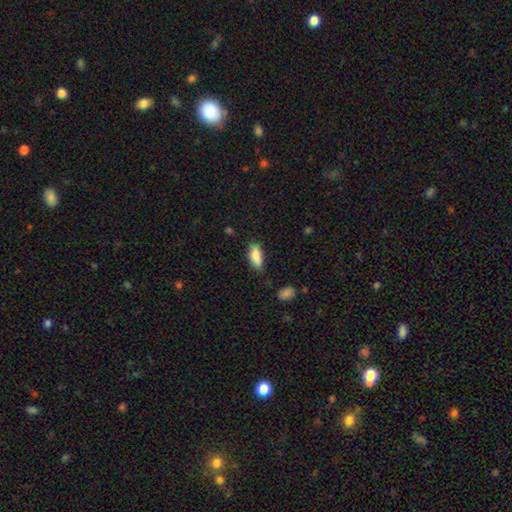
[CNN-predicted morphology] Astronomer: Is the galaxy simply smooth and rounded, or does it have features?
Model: smooth — 83%.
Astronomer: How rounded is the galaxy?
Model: in between — 80%.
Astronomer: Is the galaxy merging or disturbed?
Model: none — 72%.